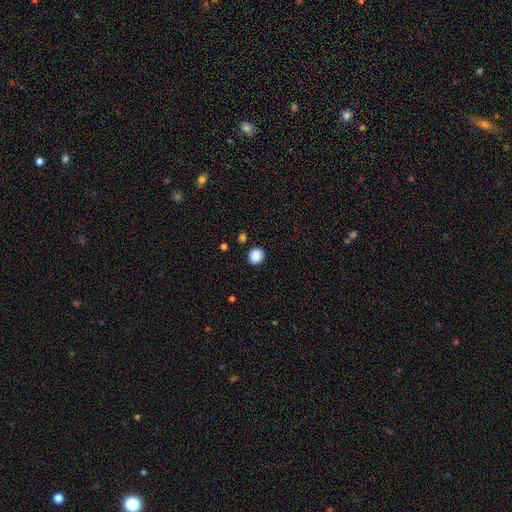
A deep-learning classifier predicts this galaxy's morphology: smooth-or-featured: smooth: 88% | star or artifact: 9% | featured or disk: 3%
  how-rounded: round: 90% | in between: 9% | cigar-shaped: 1%
  merging: none: 90% | minor disturbance: 6% | major disturbance: 2% | merger: 2%